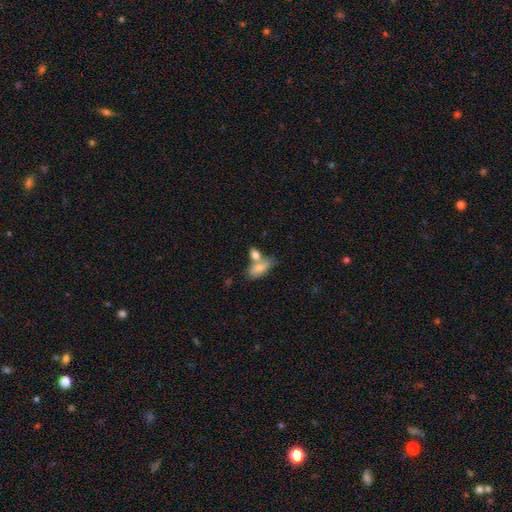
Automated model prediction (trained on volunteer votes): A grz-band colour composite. It shows a smooth galaxy with no disk features (79%) that is in between round and cigar-shaped (83%). Merging: merger (50%).